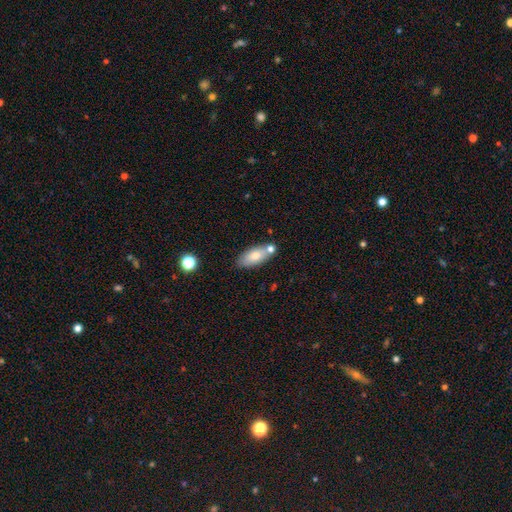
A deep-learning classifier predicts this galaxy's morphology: This is likely a smooth galaxy (73%). How rounded: clearly in between (84%). Merging: likely none (65%).